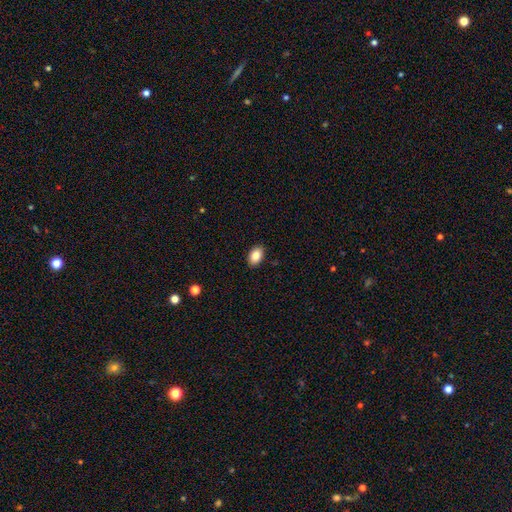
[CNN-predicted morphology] smooth-or-featured: smooth: 87% | star or artifact: 8% | featured or disk: 6%
  how-rounded: in between: 89% | round: 10% | cigar-shaped: 1%
  merging: none: 90% | minor disturbance: 8% | major disturbance: 2% | merger: 1%